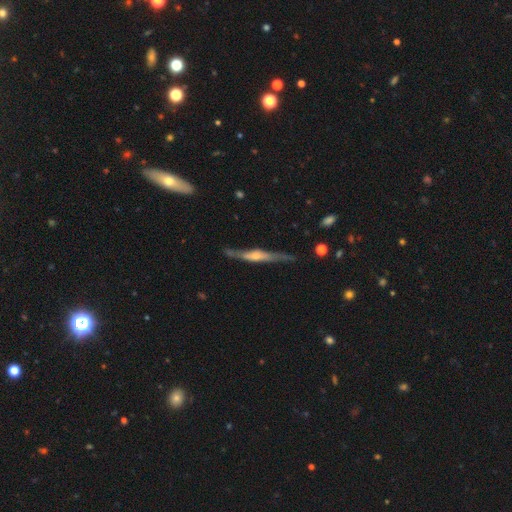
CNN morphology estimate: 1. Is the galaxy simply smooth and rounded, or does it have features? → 73% featured or disk, 22% smooth, 5% star or artifact.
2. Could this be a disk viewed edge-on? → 92% yes, 8% no.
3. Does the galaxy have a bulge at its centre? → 78% rounded, 12% none, 9% boxy.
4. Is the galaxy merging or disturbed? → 76% none, 18% minor disturbance, 4% major disturbance, 2% merger.